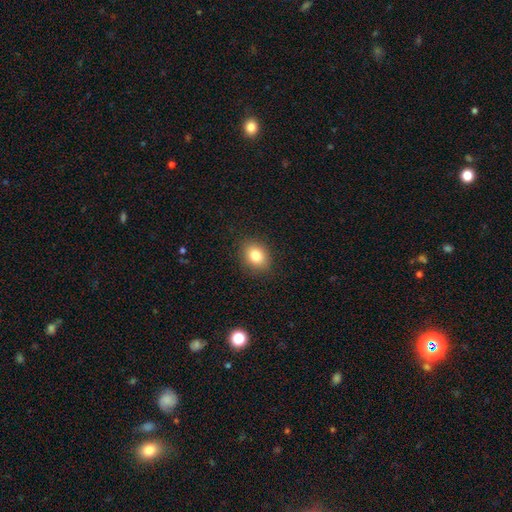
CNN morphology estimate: type=smooth (82%); roundness=in between (56%); merging=none (88%).